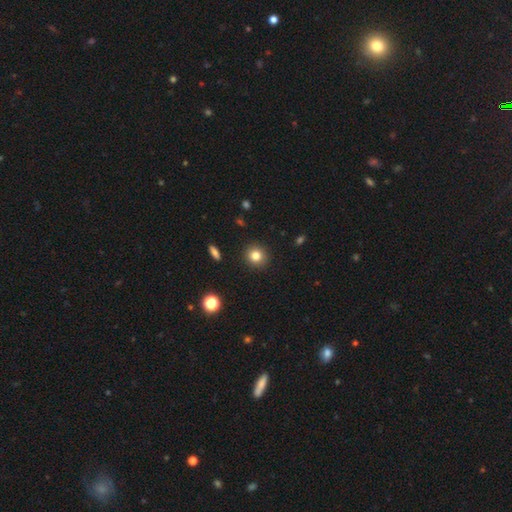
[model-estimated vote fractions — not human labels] smooth_or_featured: smooth (p=0.82) [alt: star or artifact p=0.12]
how_rounded: round (p=0.89) [alt: in between p=0.10]
merging: none (p=0.91) [alt: minor disturbance p=0.06]